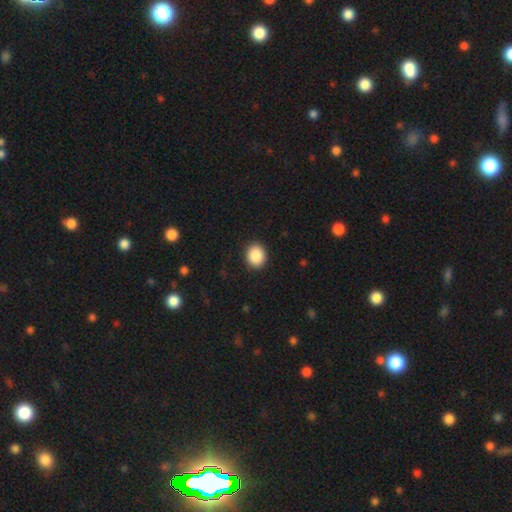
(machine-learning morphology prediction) A smooth galaxy with no disk features (89%) that is round (63%). Merging: none (90%).